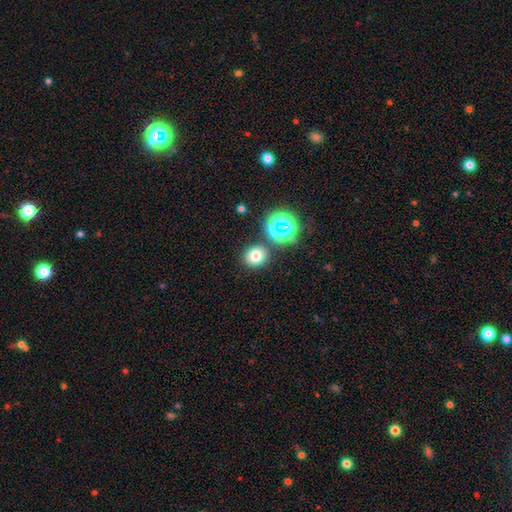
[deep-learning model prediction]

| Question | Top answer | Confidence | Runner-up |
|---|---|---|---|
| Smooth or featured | smooth | 71% | star or artifact (21%) |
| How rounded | round | 77% | in between (22%) |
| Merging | none | 82% | minor disturbance (8%) |